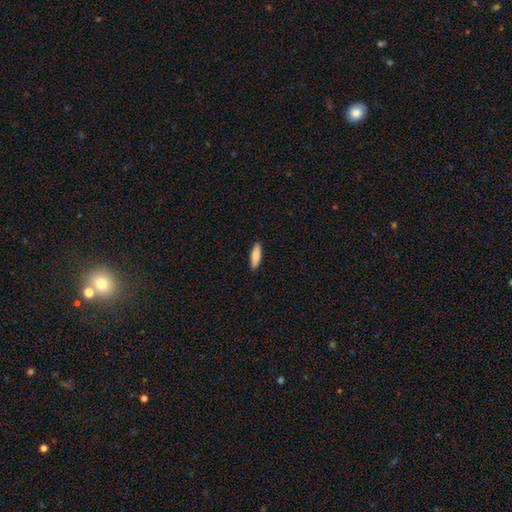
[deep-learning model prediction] Q: Smooth or featured?
A: smooth (84%); runner-up: featured or disk (10%)
Q: How rounded?
A: cigar-shaped (57%); runner-up: in between (41%)
Q: Merging?
A: none (91%); runner-up: minor disturbance (7%)